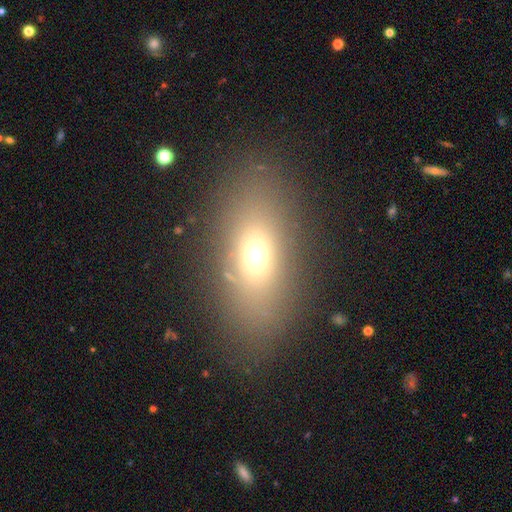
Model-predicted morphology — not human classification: Overall: smooth (65%). How rounded: in between (77%). Merging: none (81%).